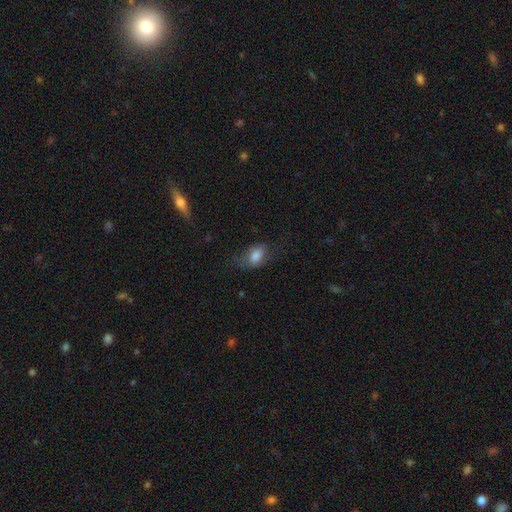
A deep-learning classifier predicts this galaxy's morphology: This is likely a smooth galaxy (77%). How rounded: clearly in between (84%). Merging: possibly none (52%).